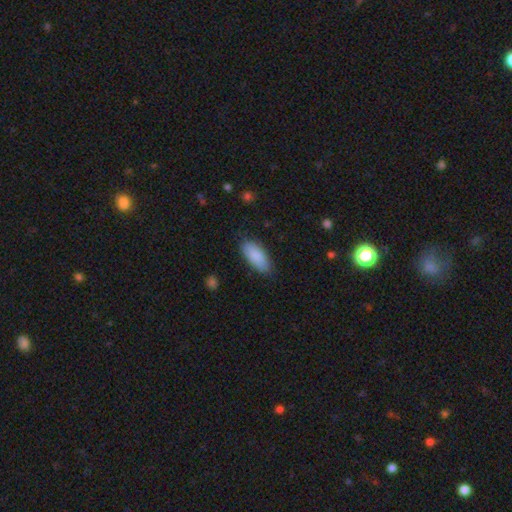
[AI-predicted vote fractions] Morphology: type=smooth (88%); roundness=in between (85%); merging=none (83%).